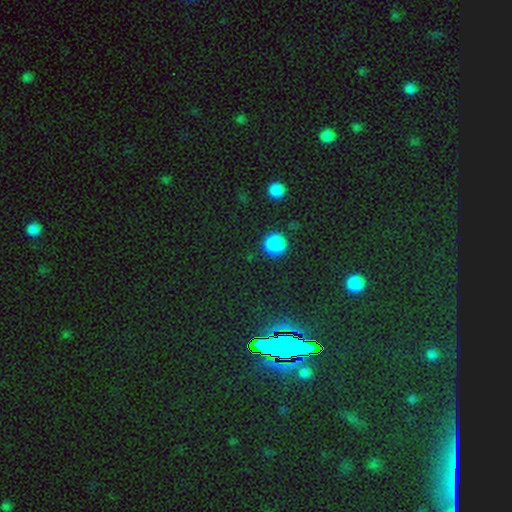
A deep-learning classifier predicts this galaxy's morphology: This is likely a star or artifact rather than a galaxy (80%).